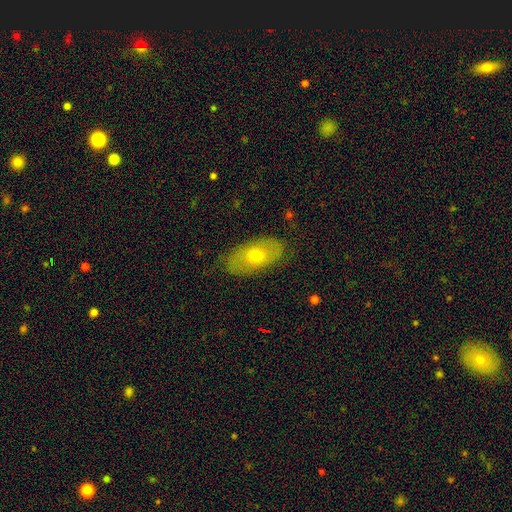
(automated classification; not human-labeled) A smooth galaxy with no disk features (58%) that is in between round and cigar-shaped (90%).

Vote fractions:
- Smooth or featured? smooth: 58% / featured or disk: 34% / star or artifact: 7%
- How rounded? in between: 90% / round: 6% / cigar-shaped: 4%
- Merging? none: 79% / minor disturbance: 15% / major disturbance: 5% / merger: 1%